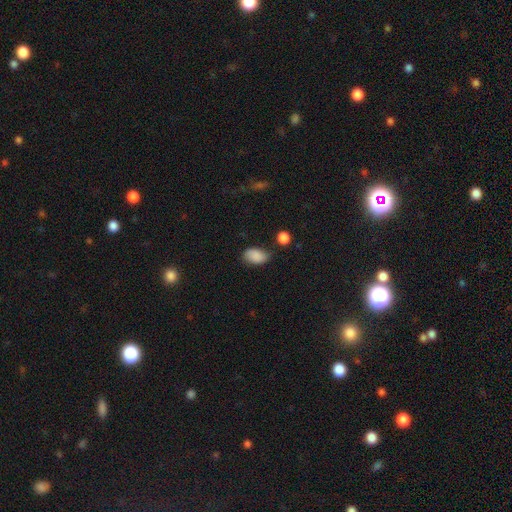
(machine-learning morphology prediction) Overall: smooth (84%). How rounded: in between (90%). Merging: none (65%).